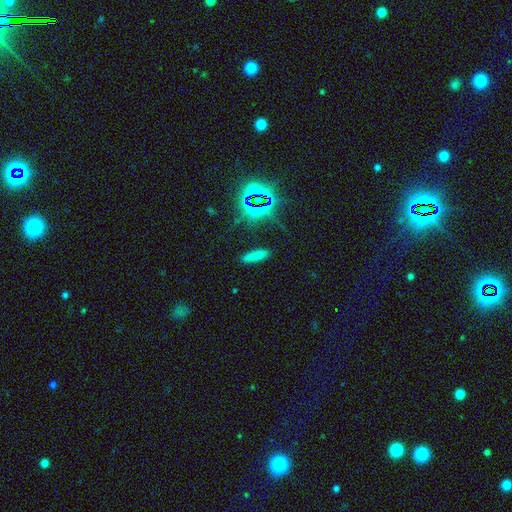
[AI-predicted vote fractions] smooth_or_featured: smooth (p=0.70) [alt: star or artifact p=0.23]
how_rounded: cigar-shaped (p=0.64) [alt: in between p=0.34]
merging: none (p=0.85) [alt: minor disturbance p=0.09]